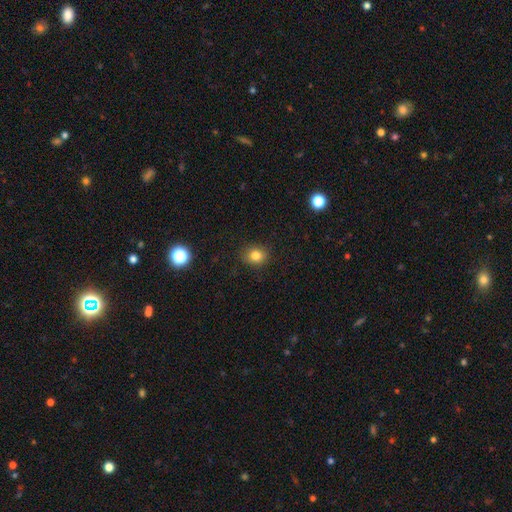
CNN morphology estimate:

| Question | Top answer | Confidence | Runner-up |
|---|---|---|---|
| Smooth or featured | smooth | 80% | star or artifact (13%) |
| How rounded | round | 69% | in between (30%) |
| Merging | none | 87% | minor disturbance (10%) |